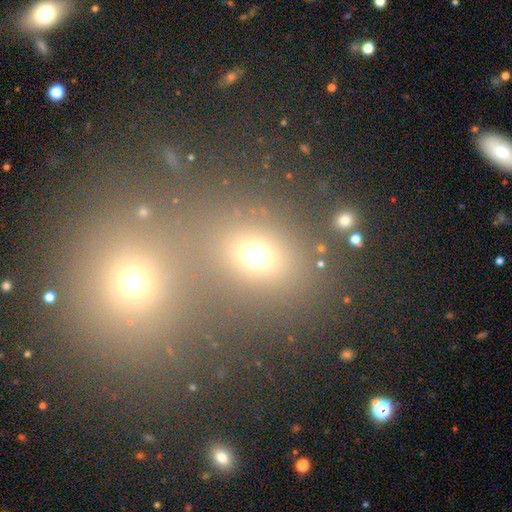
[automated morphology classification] Smooth or featured: smooth — 66% (star or artifact — 23%)
How rounded: round — 57% (in between — 40%)
Merging: none — 64% (merger — 19%)